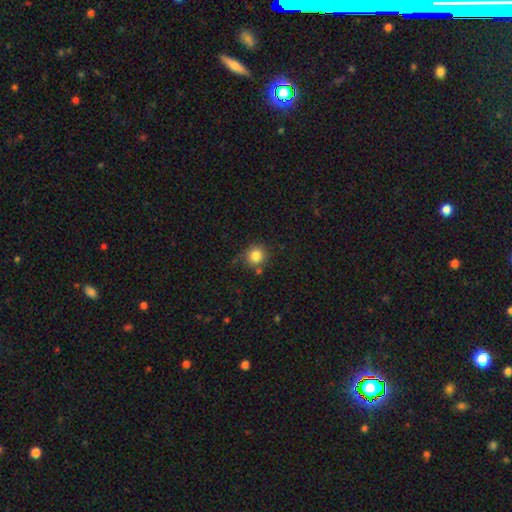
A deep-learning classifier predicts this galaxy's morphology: This appears to be a smooth galaxy with no disk features (83%) that is round (91%). Merging: none (74%).